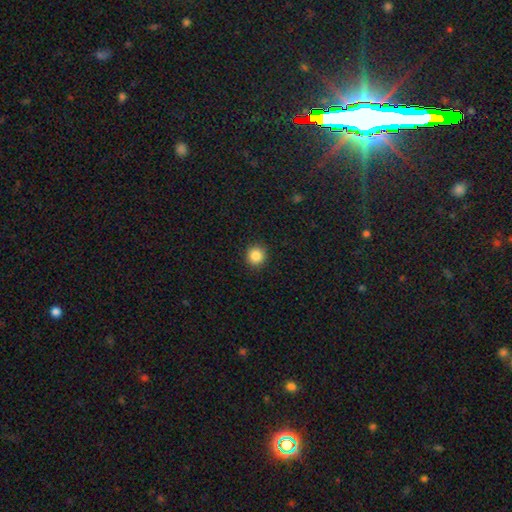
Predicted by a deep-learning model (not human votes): A smooth galaxy with no disk features (86%) that is round (92%).

Vote fractions:
- Smooth or featured? smooth: 86% / star or artifact: 10% / featured or disk: 4%
- How rounded? round: 92% / in between: 7% / cigar-shaped: 1%
- Merging? none: 92% / minor disturbance: 6% / major disturbance: 2% / merger: 1%